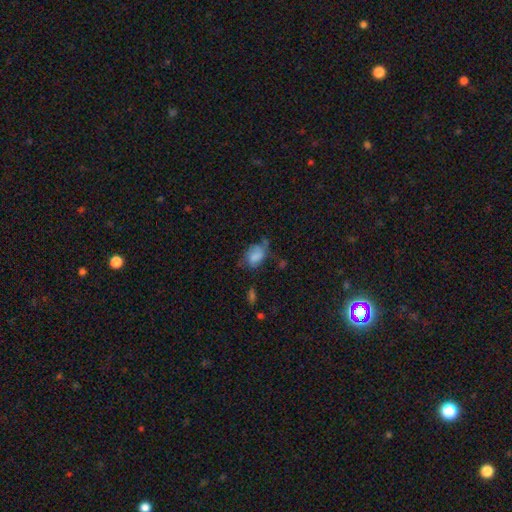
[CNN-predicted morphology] A smooth galaxy with no disk features (72%) that is in between round and cigar-shaped (83%). Merging: none (36%).